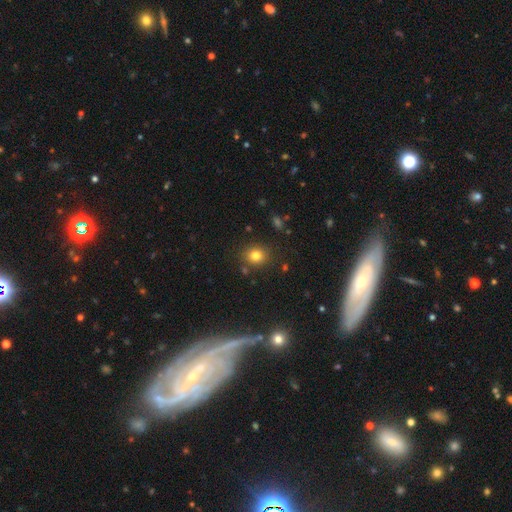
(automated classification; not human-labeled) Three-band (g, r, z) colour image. It shows a smooth galaxy with no disk features (79%) that is round (72%). Merging: none (84%).